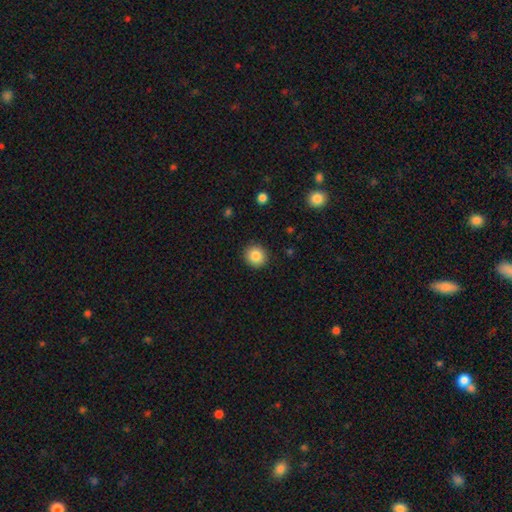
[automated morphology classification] type=smooth (85%); roundness=round (89%); merging=none (91%).